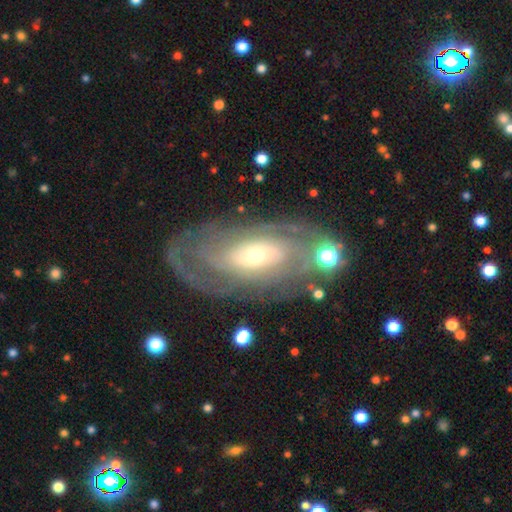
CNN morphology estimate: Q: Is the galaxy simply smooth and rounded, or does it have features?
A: featured or disk — 81%.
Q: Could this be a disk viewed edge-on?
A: no — 92%.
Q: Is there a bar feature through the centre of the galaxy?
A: no — 60%.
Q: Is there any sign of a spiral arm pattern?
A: yes — 89%.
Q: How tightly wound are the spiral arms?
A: tight — 65%.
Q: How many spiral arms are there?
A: can't tell — 45%.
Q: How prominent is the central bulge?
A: small — 56%.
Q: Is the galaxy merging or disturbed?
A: none — 71%.